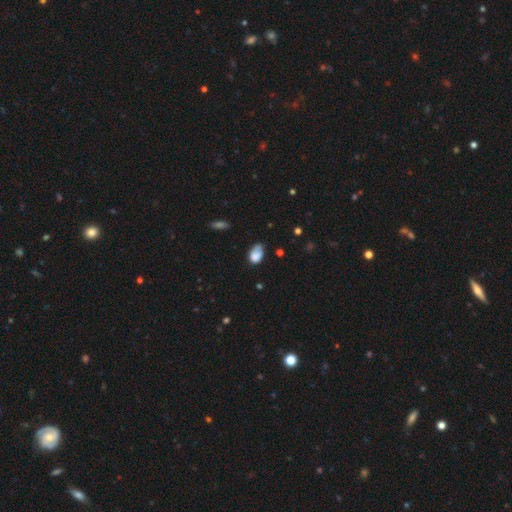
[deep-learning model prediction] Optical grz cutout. It shows a smooth galaxy with no disk features (76%) that is in between round and cigar-shaped (87%). Merging: none (39%).